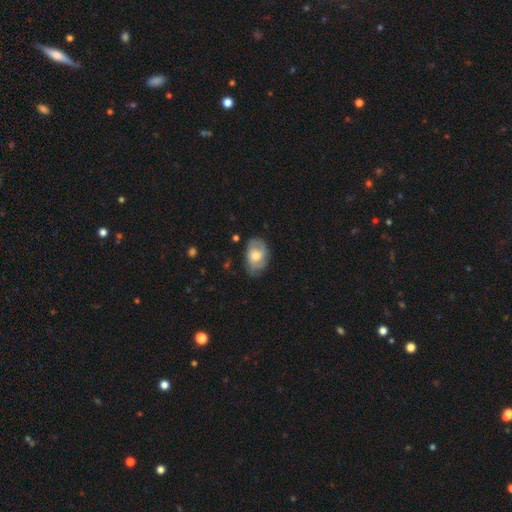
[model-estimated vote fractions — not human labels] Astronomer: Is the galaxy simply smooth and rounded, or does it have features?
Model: smooth — 50% (runner-up: featured or disk, 43%).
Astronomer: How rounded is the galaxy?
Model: in between — 81%.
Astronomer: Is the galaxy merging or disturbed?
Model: none — 63%.